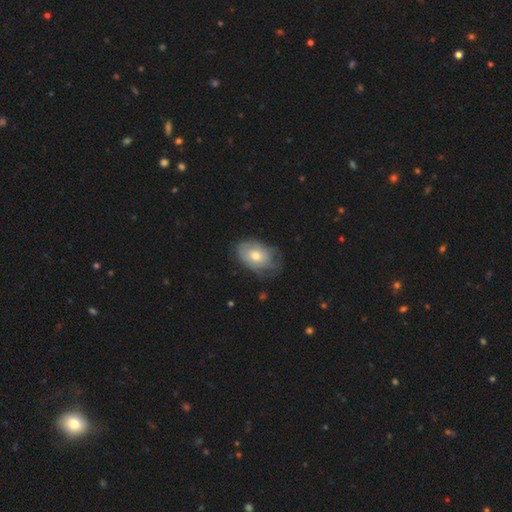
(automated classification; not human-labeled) Smooth or featured? smooth (54%)
How rounded? in between (82%)
Merging? none (56%)